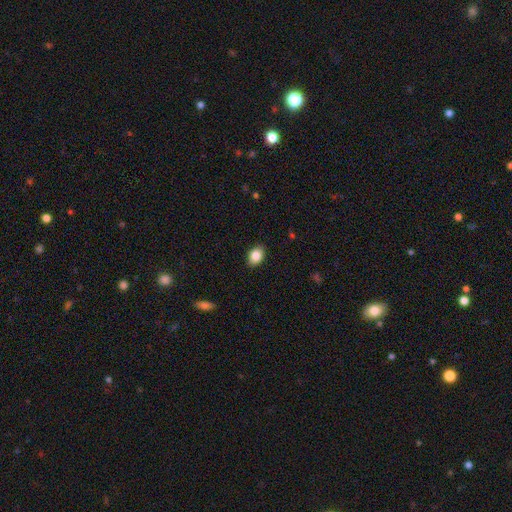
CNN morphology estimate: The model was most divided on "how rounded": in between: 80%, round: 18%, cigar-shaped: 1%. More confident: merging — none (88%); smooth or featured — smooth (86%).